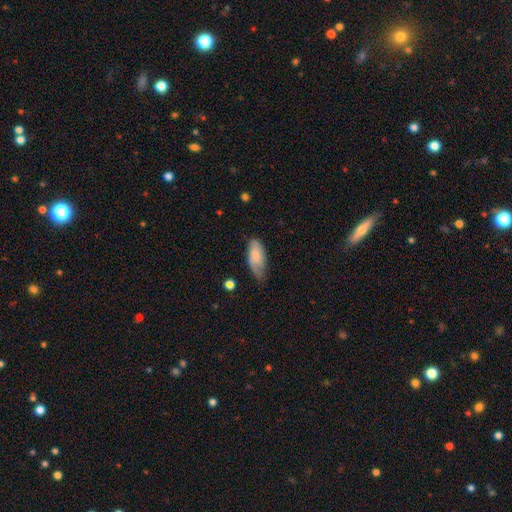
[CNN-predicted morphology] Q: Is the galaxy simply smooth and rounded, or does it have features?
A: smooth — 76%.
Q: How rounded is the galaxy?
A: in between — 87%.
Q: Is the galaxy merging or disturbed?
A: none — 50%.